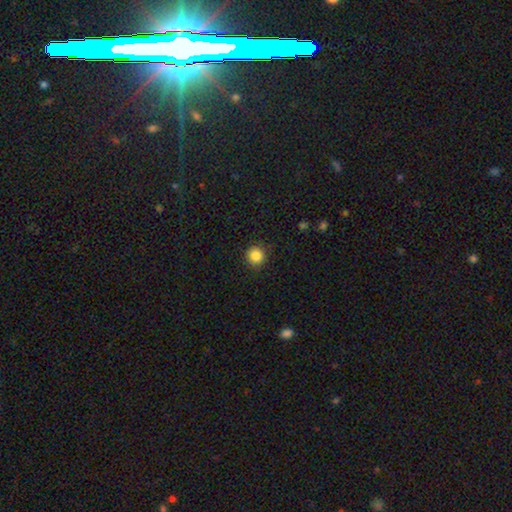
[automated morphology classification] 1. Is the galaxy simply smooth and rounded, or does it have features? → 85% smooth, 10% star or artifact, 4% featured or disk.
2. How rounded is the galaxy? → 92% round, 7% in between, 1% cigar-shaped.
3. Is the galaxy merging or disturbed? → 91% none, 6% minor disturbance, 2% major disturbance, 1% merger.